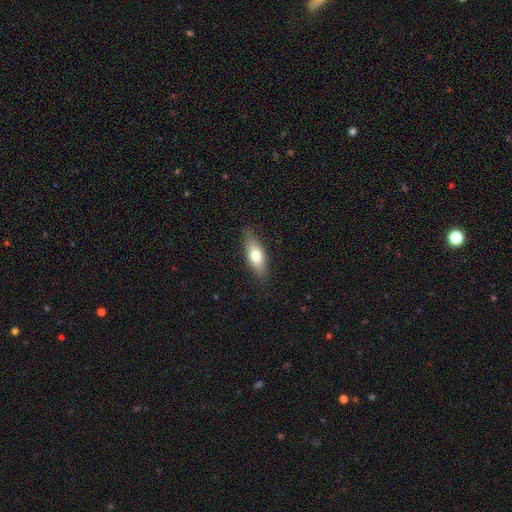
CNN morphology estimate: type=smooth (69%); roundness=in between (69%); merging=none (82%).